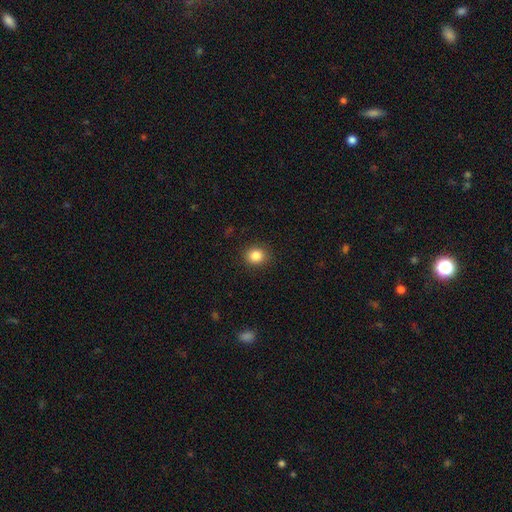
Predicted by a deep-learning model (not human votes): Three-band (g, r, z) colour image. It shows a smooth galaxy with no disk features (86%) that is round (78%). Merging: none (90%).